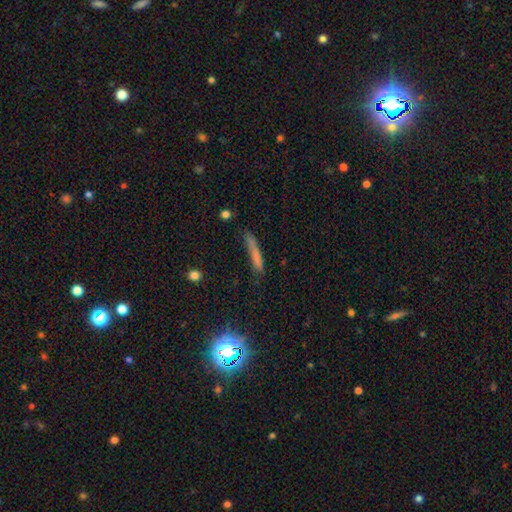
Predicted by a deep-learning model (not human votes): Q: Smooth or featured?
A: smooth (69%); runner-up: featured or disk (18%)
Q: How rounded?
A: cigar-shaped (93%); runner-up: in between (5%)
Q: Merging?
A: none (71%); runner-up: minor disturbance (20%)